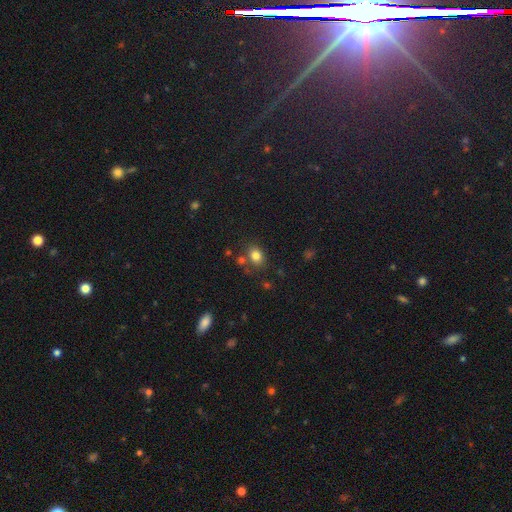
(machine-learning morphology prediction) A smooth galaxy with no disk features (81%) that is in between round and cigar-shaped (51%).

Vote fractions:
- Smooth or featured? smooth: 81% / star or artifact: 12% / featured or disk: 7%
- How rounded? in between: 51% / round: 48% / cigar-shaped: 1%
- Merging? none: 72% / minor disturbance: 14% / merger: 10% / major disturbance: 4%